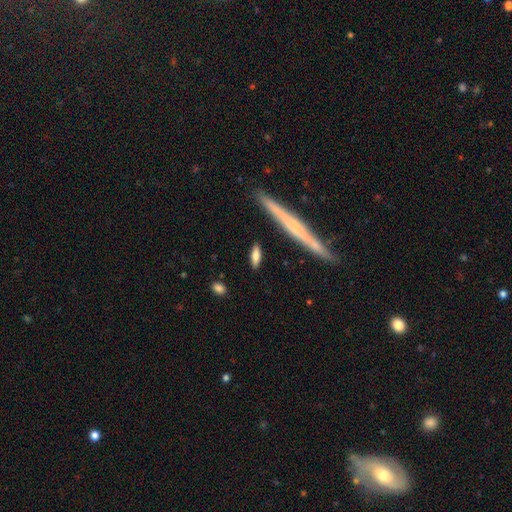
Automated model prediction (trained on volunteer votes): This appears to be a smooth galaxy with no disk features (74%) that is in between round and cigar-shaped (52%). Merging: none (85%).